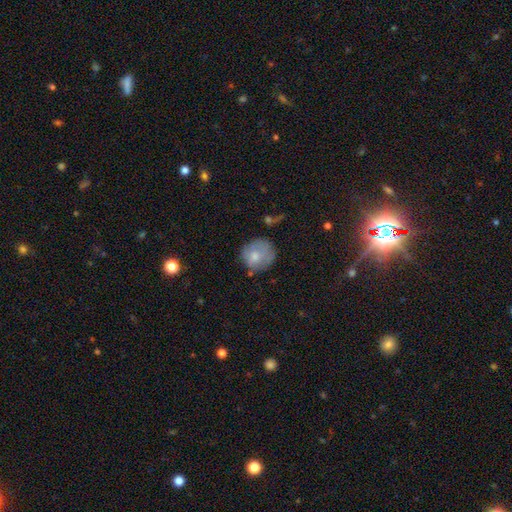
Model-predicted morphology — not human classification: Overall: smooth (68%). How rounded: round (80%). Merging: none (61%; minor disturbance 25%).